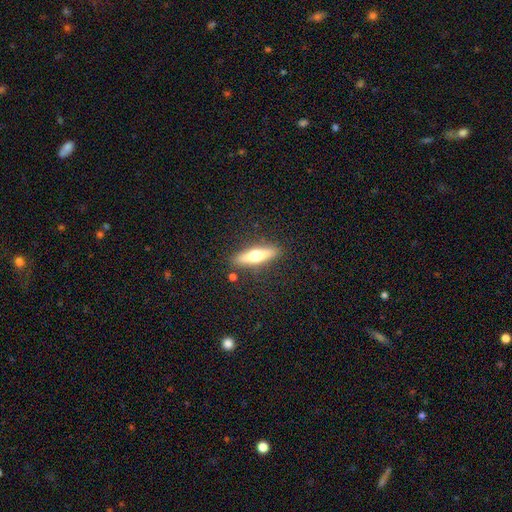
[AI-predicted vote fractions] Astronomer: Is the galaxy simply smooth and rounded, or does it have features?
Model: smooth — 48% (runner-up: featured or disk, 46%).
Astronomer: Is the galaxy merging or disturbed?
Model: none — 86%.